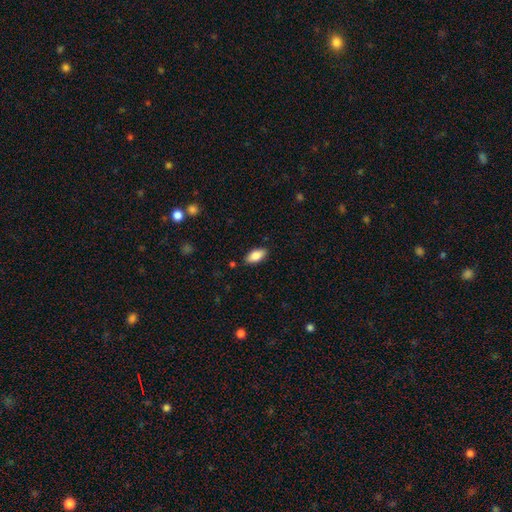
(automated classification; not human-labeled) Smooth or featured?
  - smooth: 84% *
  - featured or disk: 9%
  - star or artifact: 7%
How rounded?
  - in between: 89% *
  - cigar-shaped: 8%
  - round: 2%
Merging?
  - none: 86% *
  - minor disturbance: 10%
  - major disturbance: 2%
  - merger: 1%